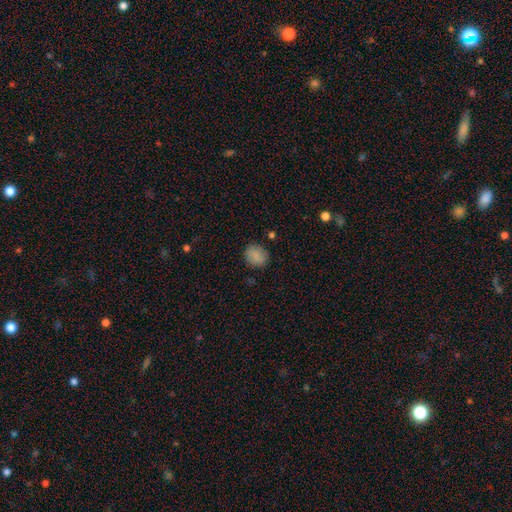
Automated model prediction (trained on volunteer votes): The model was most divided on "how rounded": round: 71%, in between: 28%, cigar-shaped: 1%. More confident: smooth or featured — smooth (86%); merging — none (86%).